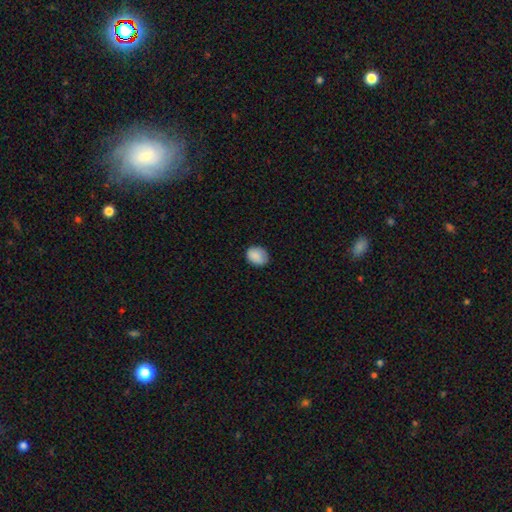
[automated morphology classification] A smooth galaxy with no disk features (87%) that is in between round and cigar-shaped (51%).

Vote fractions:
- Smooth or featured? smooth: 87% / star or artifact: 7% / featured or disk: 6%
- How rounded? in between: 51% / round: 48% / cigar-shaped: 1%
- Merging? none: 75% / minor disturbance: 21% / major disturbance: 4% / merger: 1%